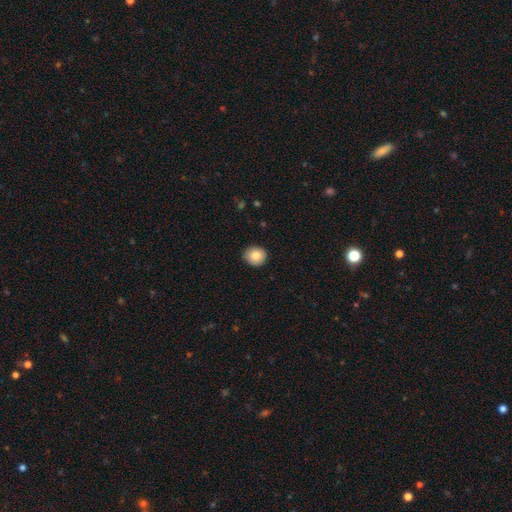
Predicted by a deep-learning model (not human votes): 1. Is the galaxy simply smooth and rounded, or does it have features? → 85% smooth, 8% star or artifact, 7% featured or disk.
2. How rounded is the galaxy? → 83% round, 16% in between, 1% cigar-shaped.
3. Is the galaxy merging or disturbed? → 85% none, 12% minor disturbance, 2% major disturbance, 1% merger.